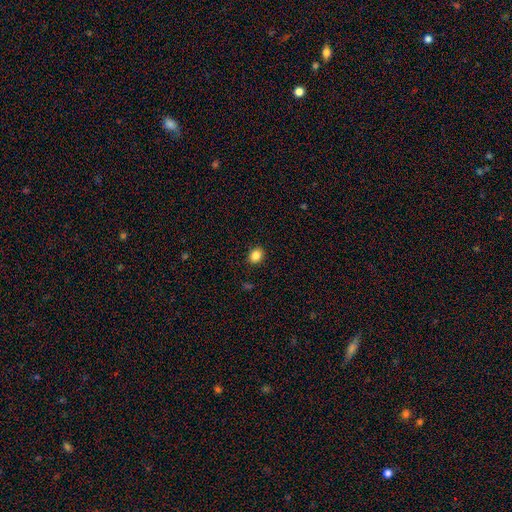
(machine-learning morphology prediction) Smooth or featured? smooth (85%)
How rounded? round (57%)
Merging? none (90%)